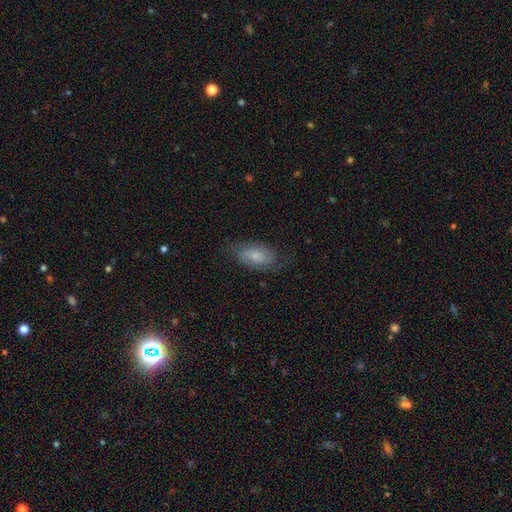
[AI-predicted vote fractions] smooth-or-featured: smooth: 51% | featured or disk: 41% | star or artifact: 8%
  how-rounded: in between: 90% | cigar-shaped: 6% | round: 5%
  merging: none: 71% | minor disturbance: 20% | major disturbance: 9% | merger: 1%